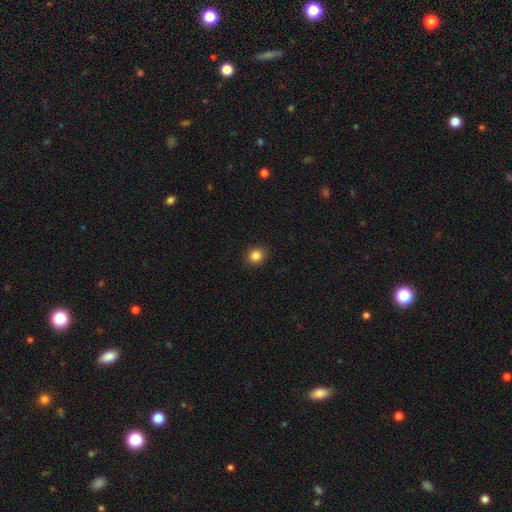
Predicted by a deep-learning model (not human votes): Smooth or featured? smooth (85%)
How rounded? round (83%)
Merging? none (91%)